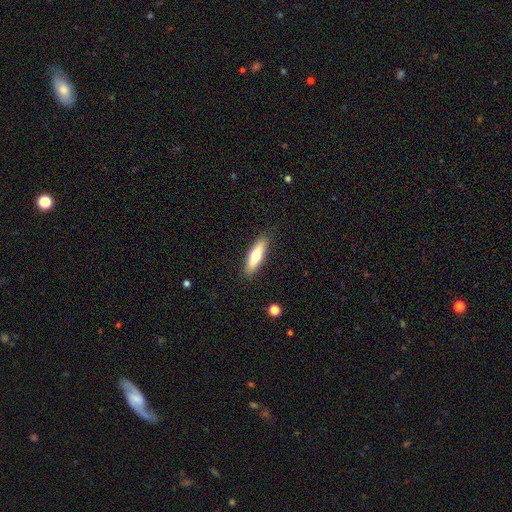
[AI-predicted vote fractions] A smooth galaxy with no disk features (61%) that is cigar-shaped (68%). Merging: none (89%).